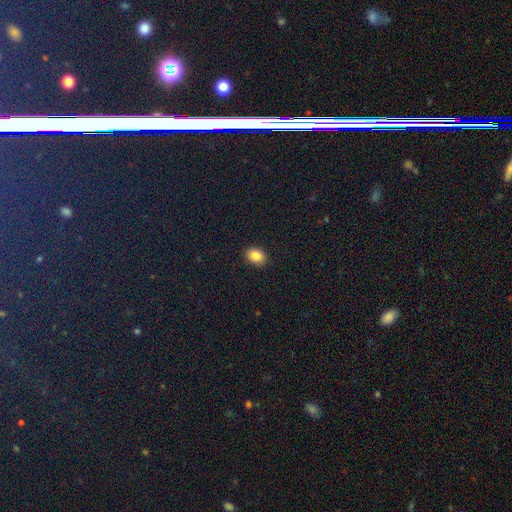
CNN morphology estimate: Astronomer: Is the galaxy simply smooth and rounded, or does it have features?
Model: smooth — 85%.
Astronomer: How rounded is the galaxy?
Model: in between — 73%.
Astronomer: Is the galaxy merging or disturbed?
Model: none — 91%.